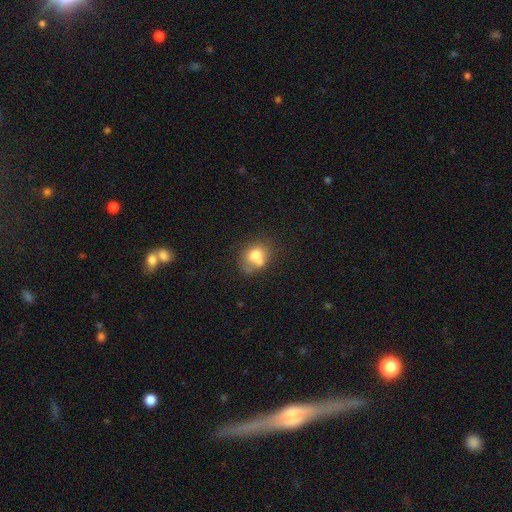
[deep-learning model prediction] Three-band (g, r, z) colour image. It shows a smooth galaxy with no disk features (69%) that is round (57%). Merging: none (38%, tied with merger).